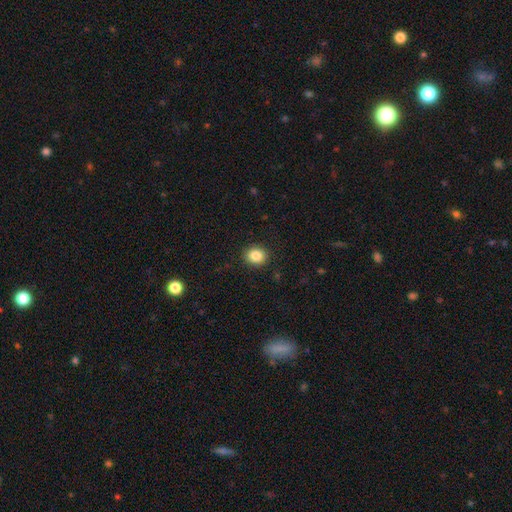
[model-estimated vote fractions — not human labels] Smooth or featured? smooth (85%)
How rounded? round (68%)
Merging? none (91%)